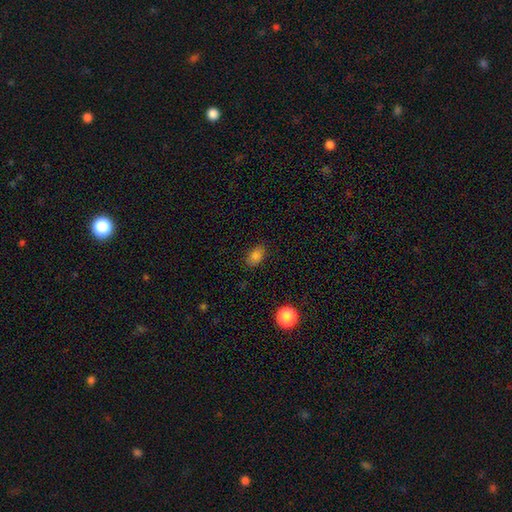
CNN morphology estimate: This is clearly a smooth galaxy (83%). How rounded: clearly in between (84%). Merging: clearly none (82%).